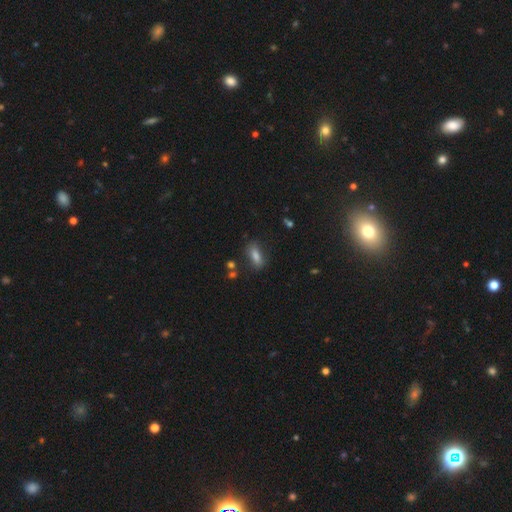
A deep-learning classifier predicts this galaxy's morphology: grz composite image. It shows a smooth galaxy with no disk features (76%) that is in between round and cigar-shaped (70%). Merging: none (75%).